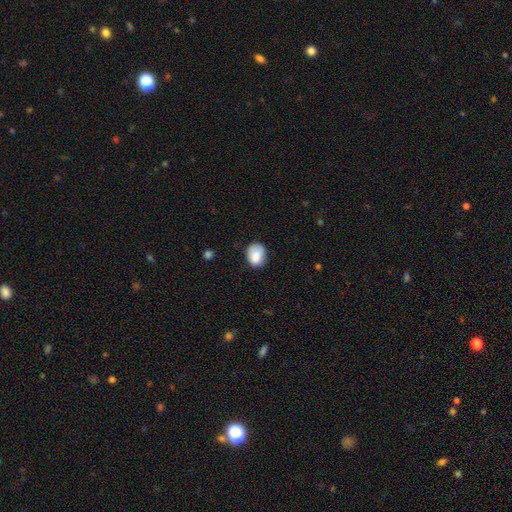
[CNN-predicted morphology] Smooth or featured? smooth (83%)
How rounded? in between (55%)
Merging? none (65%)